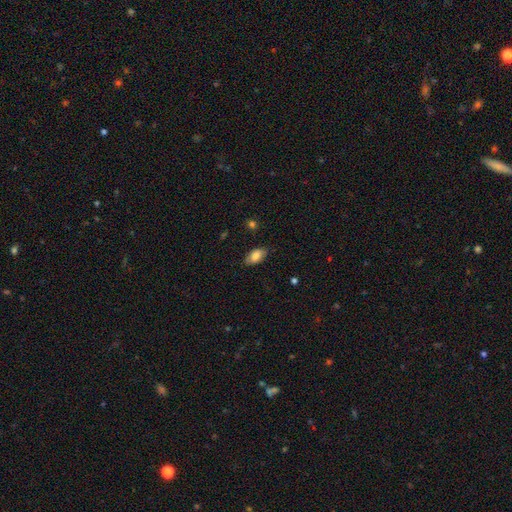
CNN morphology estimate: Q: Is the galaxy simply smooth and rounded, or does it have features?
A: smooth — 79%.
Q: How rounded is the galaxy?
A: in between — 92%.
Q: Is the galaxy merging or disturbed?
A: none — 80%.